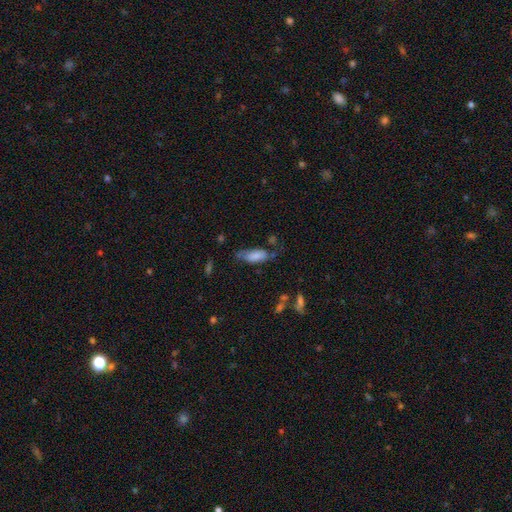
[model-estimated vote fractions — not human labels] This appears to be a smooth galaxy with no disk features (76%) that is in between round and cigar-shaped (81%). Merging: none (45%).